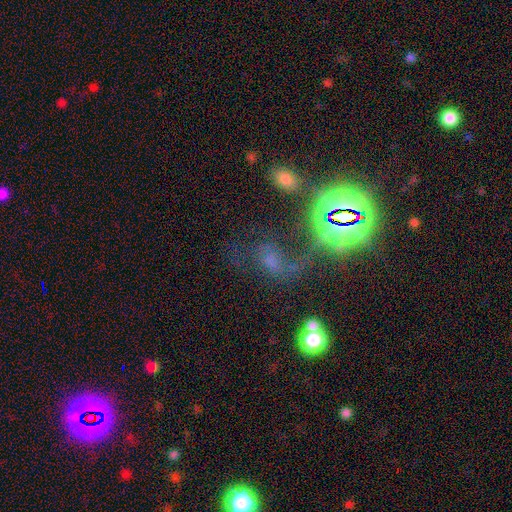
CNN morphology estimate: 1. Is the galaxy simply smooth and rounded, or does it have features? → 49% star or artifact, 32% featured or disk, 19% smooth.